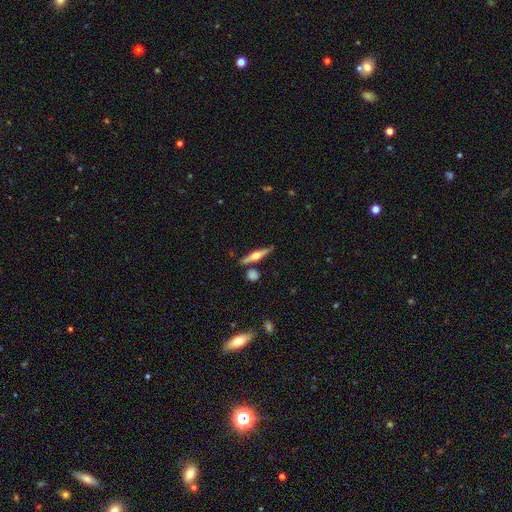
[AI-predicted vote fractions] featured or disk 66%, smooth 28%, star or artifact 6%. Down the decision tree: edge-on disk — yes (97%); edge-on bulge — rounded (89%); merging — none (81%).